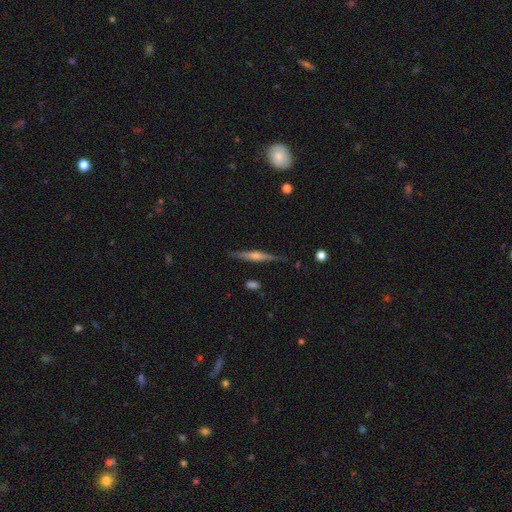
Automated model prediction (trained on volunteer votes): Morphology: type=featured or disk (67%); edge-on=yes (97%); edge-on bulge=rounded (72%); merging=none (85%).